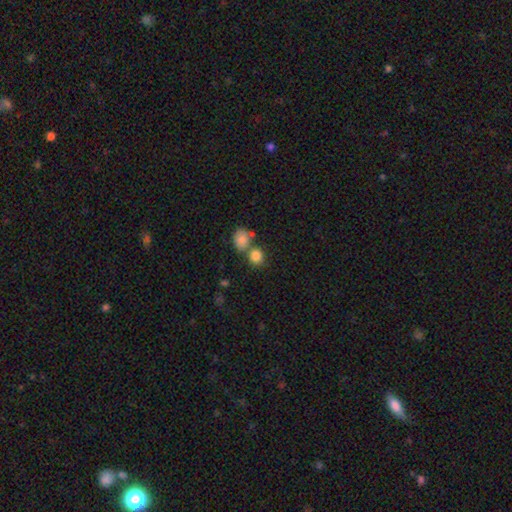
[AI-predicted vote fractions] A smooth galaxy with no disk features (83%) that is round (77%).

Vote fractions:
- Smooth or featured? smooth: 83% / star or artifact: 10% / featured or disk: 6%
- How rounded? round: 77% / in between: 22% / cigar-shaped: 1%
- Merging? none: 56% / merger: 32% / minor disturbance: 9% / major disturbance: 3%